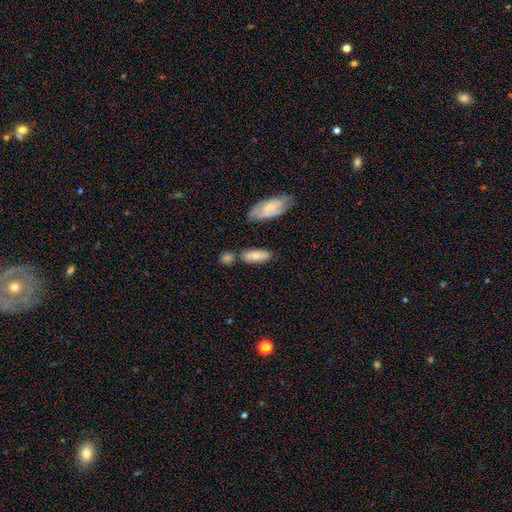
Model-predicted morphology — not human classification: The model was most divided on "smooth or featured": smooth: 61%, featured or disk: 32%, star or artifact: 7%. More confident: merging — none (69%); how rounded — in between (69%).